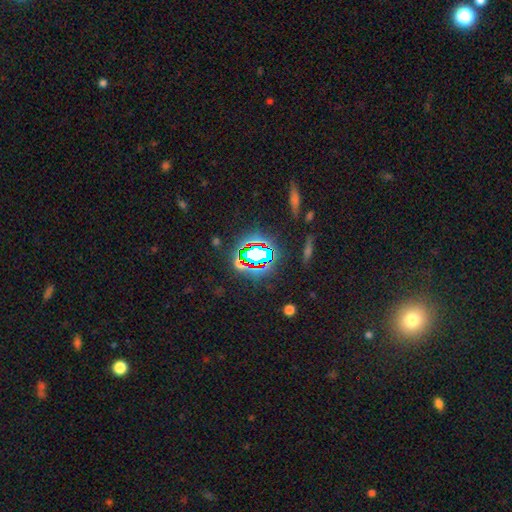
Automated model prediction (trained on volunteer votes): star or artifact 77%, smooth 13%, featured or disk 10%.